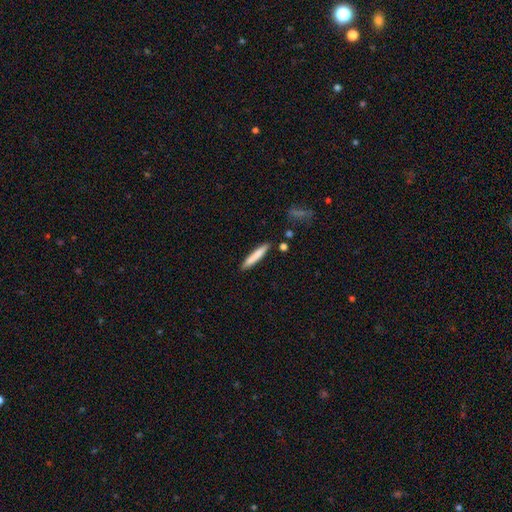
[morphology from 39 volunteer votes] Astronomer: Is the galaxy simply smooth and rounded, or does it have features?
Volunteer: smooth — 79%.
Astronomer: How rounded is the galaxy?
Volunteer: cigar-shaped — 100%.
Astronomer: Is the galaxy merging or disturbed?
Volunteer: none — 92%.